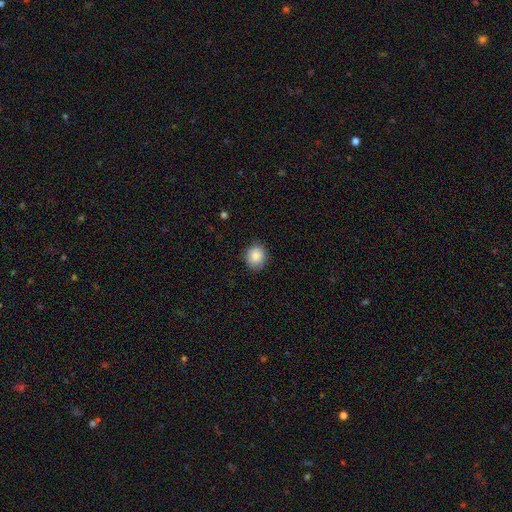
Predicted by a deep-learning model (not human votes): Smooth or featured? Predicted: smooth (p=0.88). How rounded? Predicted: round (p=0.79). Merging? Predicted: none (p=0.85).